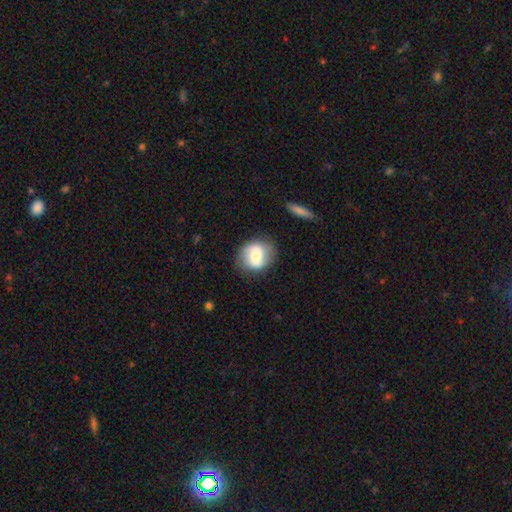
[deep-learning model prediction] Overall: smooth (52%; featured or disk 40%). How rounded: round (70%). Merging: none (76%).